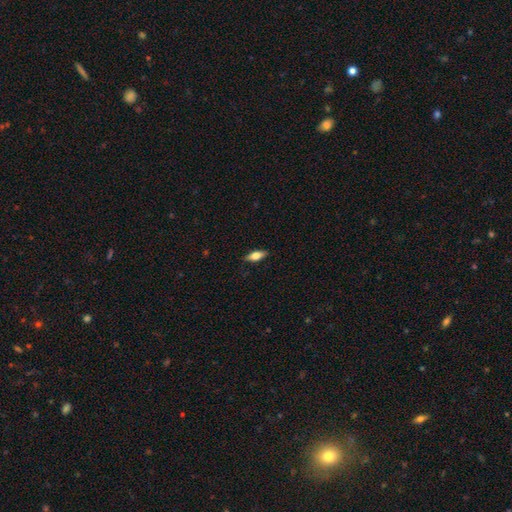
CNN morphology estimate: A smooth galaxy with no disk features (60%) that is in between round and cigar-shaped (72%). Merging: none (88%).